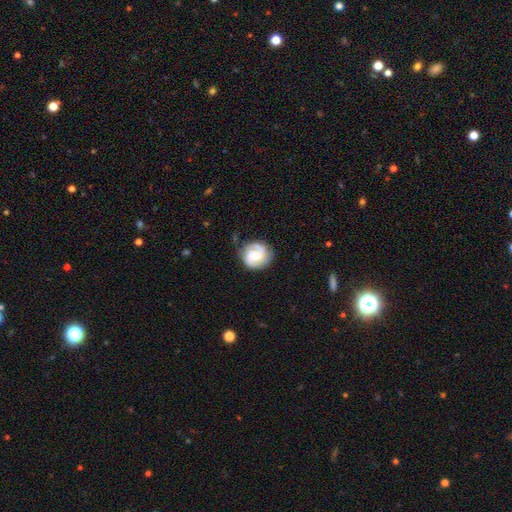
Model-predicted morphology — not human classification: Smooth or featured?
  - featured or disk: 73% *
  - smooth: 21%
  - star or artifact: 6%
Edge-on disk?
  - no: 98% *
  - yes: 2%
Bar?
  - weak: 45% *
  - no: 41%
  - strong: 13%
Spiral arms?
  - yes: 93% *
  - no: 7%
Spiral winding?
  - medium: 43% *
  - tight: 42%
  - loose: 16%
Spiral arm count?
  - 2: 75% *
  - can't tell: 10%
  - 3: 8%
  - 1: 4%
  - 4: 2%
  - more than 4: 2%
Bulge size?
  - moderate: 60% *
  - small: 29%
  - large: 8%
  - none: 3%
  - dominant: 1%
Merging?
  - none: 76% *
  - minor disturbance: 17%
  - major disturbance: 6%
  - merger: 2%